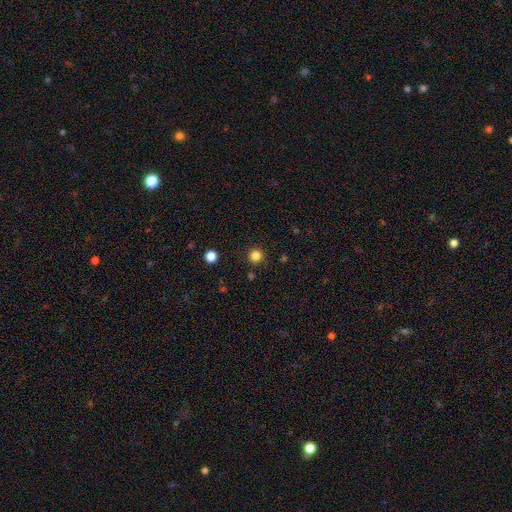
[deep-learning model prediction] Overall: smooth (83%). How rounded: round (95%). Merging: none (90%).